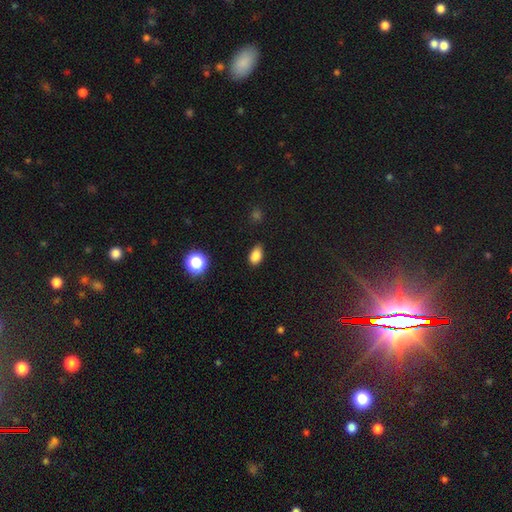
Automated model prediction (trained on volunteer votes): This appears to be a smooth galaxy with no disk features (84%) that is in between round and cigar-shaped (85%). Merging: none (80%).